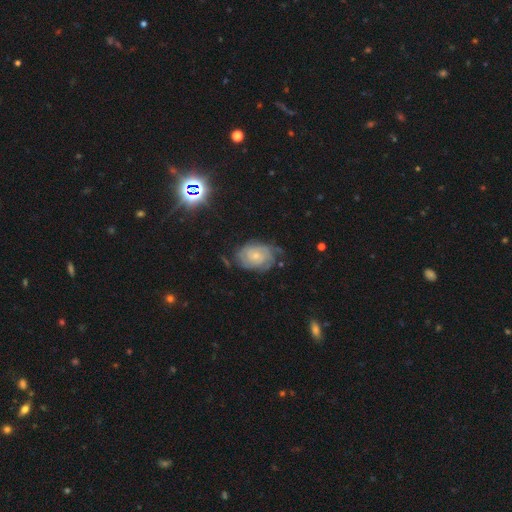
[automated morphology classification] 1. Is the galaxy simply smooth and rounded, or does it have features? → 76% featured or disk, 16% smooth, 8% star or artifact.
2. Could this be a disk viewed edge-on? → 97% no, 3% yes.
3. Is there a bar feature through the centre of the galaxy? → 74% no, 22% weak, 4% strong.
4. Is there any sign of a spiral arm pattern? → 92% yes, 8% no.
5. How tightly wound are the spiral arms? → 72% tight, 22% medium, 6% loose.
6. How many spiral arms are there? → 41% can't tell, 27% 2, 15% 3, 8% 4, 5% 1, 5% more than 4.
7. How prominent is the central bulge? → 66% small, 29% moderate, 3% none, 2% large, 1% dominant.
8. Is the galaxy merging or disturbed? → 60% none, 26% minor disturbance, 12% major disturbance, 2% merger.